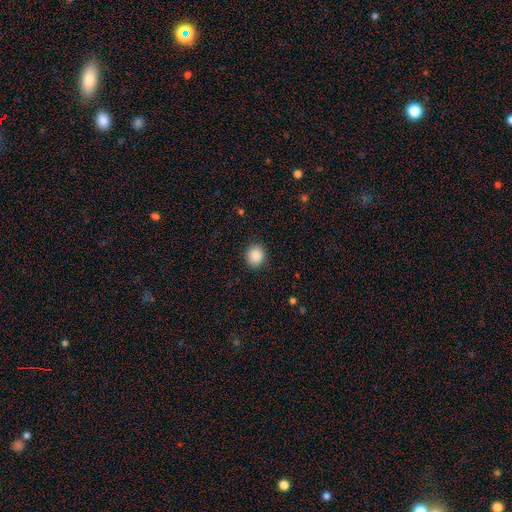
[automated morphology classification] Q: Smooth or featured?
A: smooth (88%); runner-up: star or artifact (9%)
Q: How rounded?
A: round (81%); runner-up: in between (18%)
Q: Merging?
A: none (90%); runner-up: minor disturbance (7%)